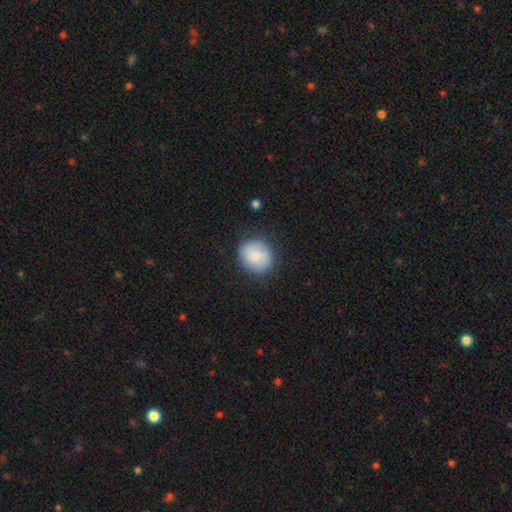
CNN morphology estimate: Smooth or featured?
  - smooth: 71% *
  - featured or disk: 23%
  - star or artifact: 7%
How rounded?
  - round: 79% *
  - in between: 20%
  - cigar-shaped: 1%
Merging?
  - none: 81% *
  - minor disturbance: 14%
  - major disturbance: 4%
  - merger: 1%